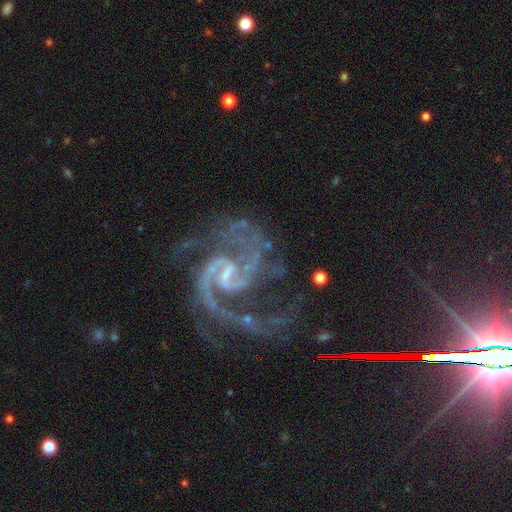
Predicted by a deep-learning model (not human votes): Q: Smooth or featured?
A: featured or disk (92%); runner-up: star or artifact (5%)
Q: Edge-on disk?
A: no (98%); runner-up: yes (2%)
Q: Bar?
A: weak (56%); runner-up: strong (23%)
Q: Spiral arms?
A: yes (98%); runner-up: no (2%)
Q: Spiral winding?
A: medium (61%); runner-up: loose (20%)
Q: Spiral arm count?
A: 2 (82%); runner-up: 3 (6%)
Q: Bulge size?
A: small (54%); runner-up: none (28%)
Q: Merging?
A: none (52%); runner-up: major disturbance (24%)